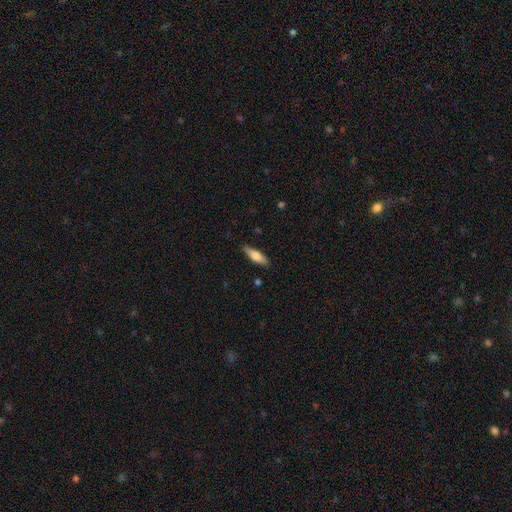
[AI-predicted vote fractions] Smooth or featured? Predicted: smooth (p=0.64). How rounded? Predicted: cigar-shaped (p=0.55). Merging? Predicted: none (p=0.86).